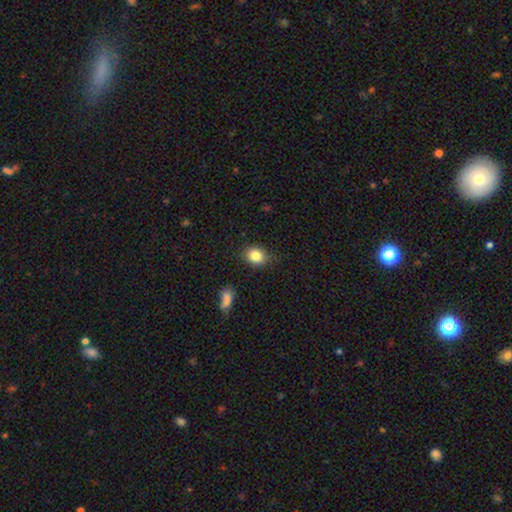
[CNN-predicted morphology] Overall: smooth (84%). How rounded: round (53%; in between 45%). Merging: none (82%).